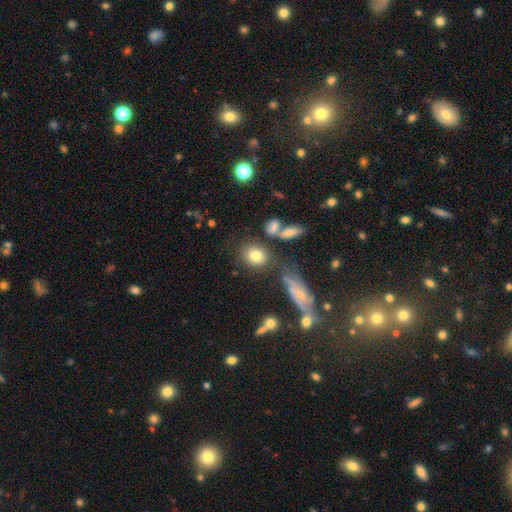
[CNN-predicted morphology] Smooth or featured: smooth — 76% (featured or disk — 13%)
How rounded: round — 63% (in between — 34%)
Merging: none — 69% (minor disturbance — 13%)